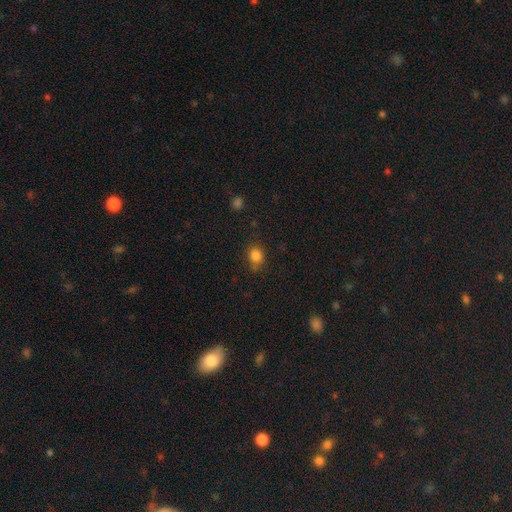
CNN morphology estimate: Overall: smooth (83%). How rounded: round (66%; in between 33%). Merging: none (75%).